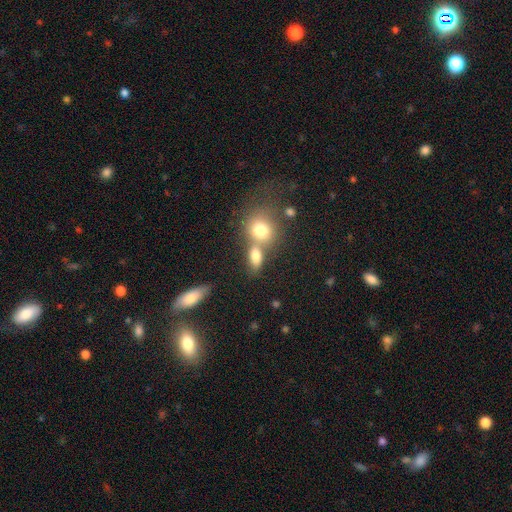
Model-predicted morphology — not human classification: smooth 79%, featured or disk 11%, star or artifact 10%. Down the decision tree: how rounded — in between (67%); merging — merger (46%).